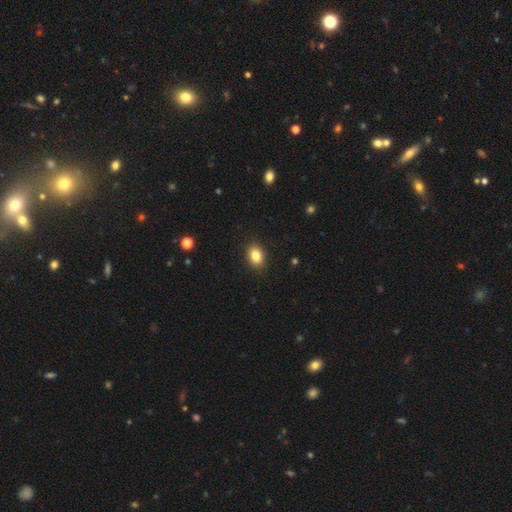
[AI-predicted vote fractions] A smooth galaxy with no disk features (84%) that is in between round and cigar-shaped (73%). Merging: none (89%).